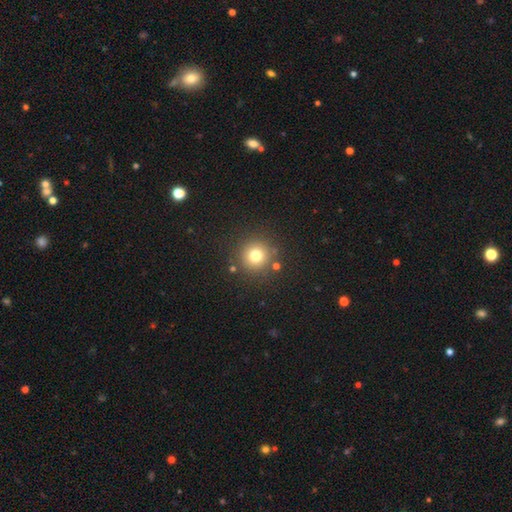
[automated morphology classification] Smooth or featured?
  - smooth: 76% *
  - star or artifact: 15%
  - featured or disk: 8%
How rounded?
  - round: 95% *
  - in between: 4%
  - cigar-shaped: 1%
Merging?
  - none: 87% *
  - minor disturbance: 6%
  - merger: 4%
  - major disturbance: 3%